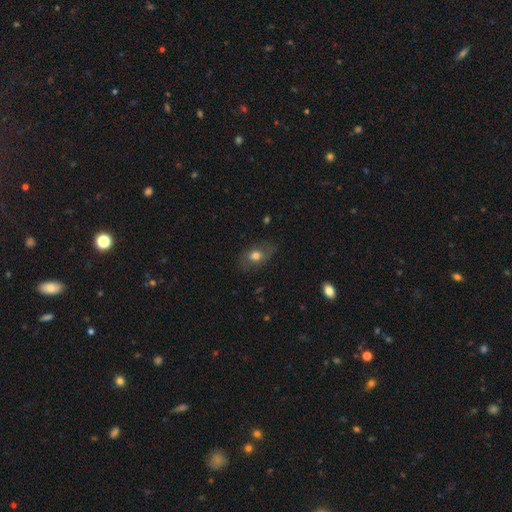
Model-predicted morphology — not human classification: Smooth or featured?
  - smooth: 67% *
  - featured or disk: 23%
  - star or artifact: 10%
How rounded?
  - in between: 75% *
  - round: 23%
  - cigar-shaped: 2%
Merging?
  - none: 73% *
  - minor disturbance: 19%
  - major disturbance: 7%
  - merger: 1%